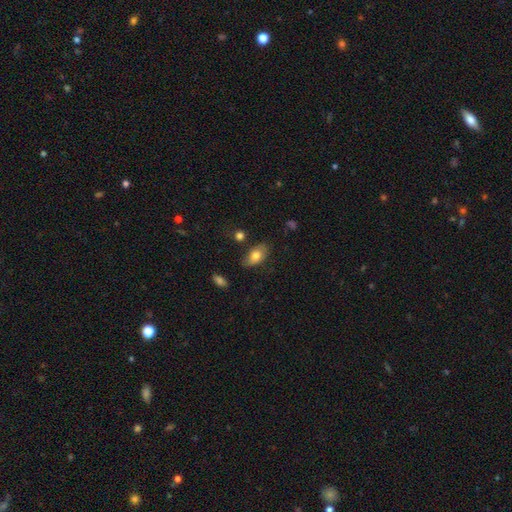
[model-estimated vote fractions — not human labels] smooth-or-featured: smooth: 76% | featured or disk: 16% | star or artifact: 7%
  how-rounded: in between: 90% | round: 6% | cigar-shaped: 3%
  merging: none: 77% | minor disturbance: 17% | major disturbance: 4% | merger: 3%